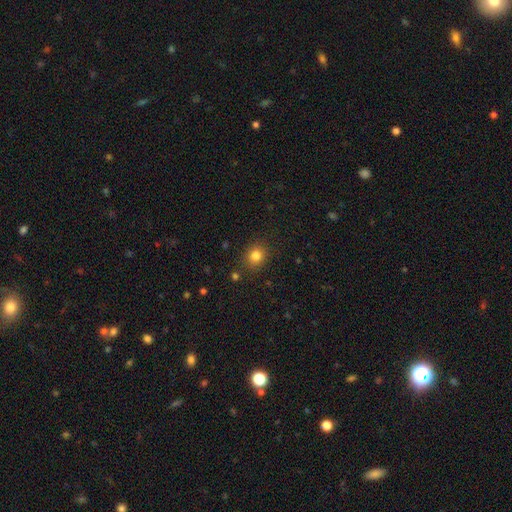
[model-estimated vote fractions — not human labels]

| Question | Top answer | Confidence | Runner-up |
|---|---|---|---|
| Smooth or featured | smooth | 82% | star or artifact (13%) |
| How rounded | round | 74% | in between (25%) |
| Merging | none | 86% | minor disturbance (9%) |